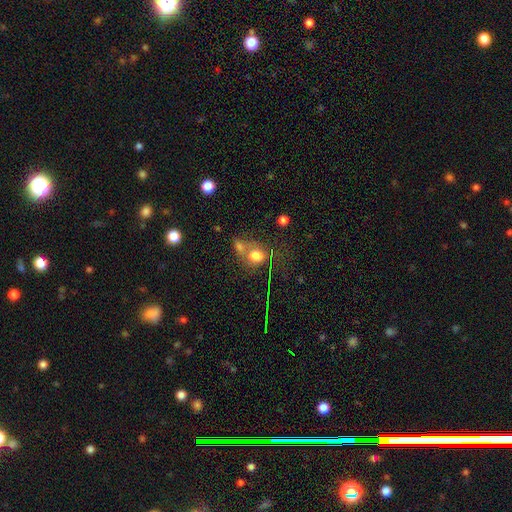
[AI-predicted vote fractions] Smooth or featured: smooth — 71% (star or artifact — 16%)
How rounded: in between — 57% (round — 41%)
Merging: merger — 44% (none — 36%)